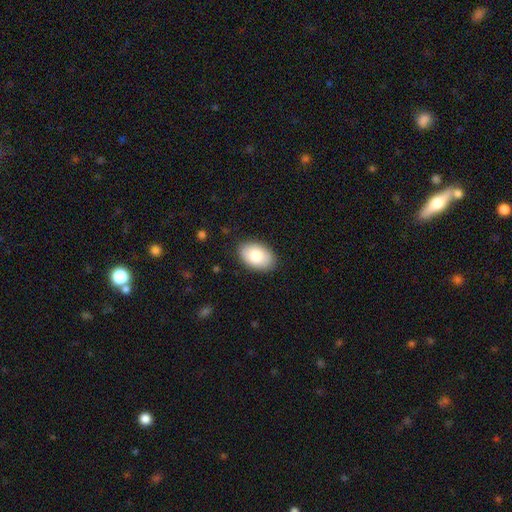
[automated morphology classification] smooth 83%, featured or disk 11%, star or artifact 6%. Down the decision tree: how rounded — in between (91%); merging — none (87%).